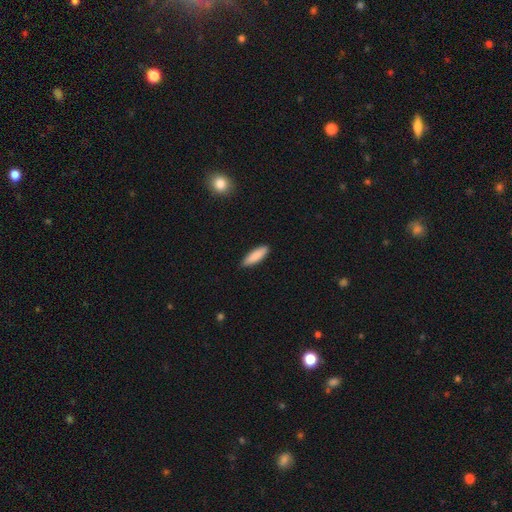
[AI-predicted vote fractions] Q: Smooth or featured?
A: smooth (88%); runner-up: featured or disk (7%)
Q: How rounded?
A: cigar-shaped (51%); runner-up: in between (47%)
Q: Merging?
A: none (87%); runner-up: minor disturbance (10%)